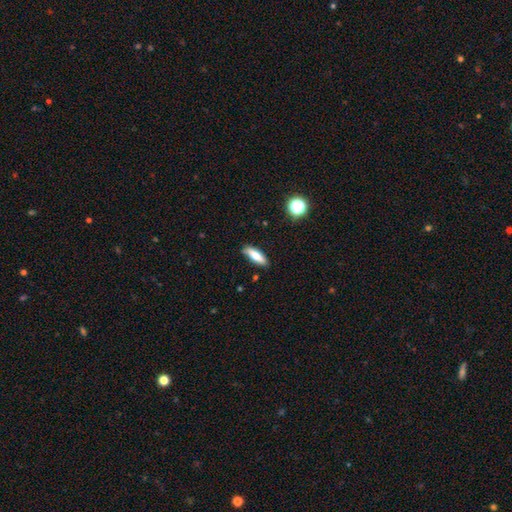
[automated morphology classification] smooth 73%, featured or disk 20%, star or artifact 7%. Down the decision tree: how rounded — in between (50%); merging — none (85%).